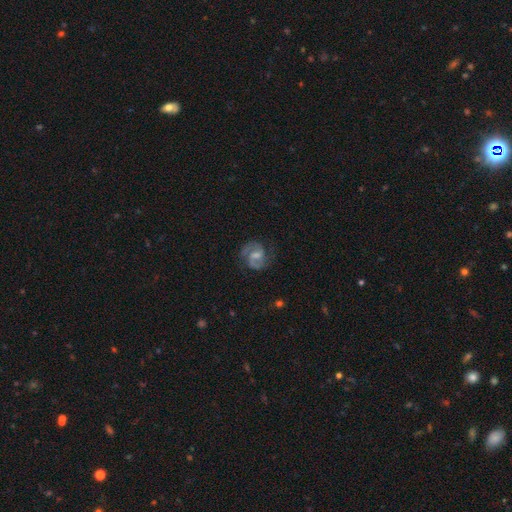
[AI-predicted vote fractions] A featured or disk galaxy (82%) with a weak bar (57%), 2 (89%) medium (56%) spiral arms (95%) and a small central bulge (39%). Merging: none (71%).